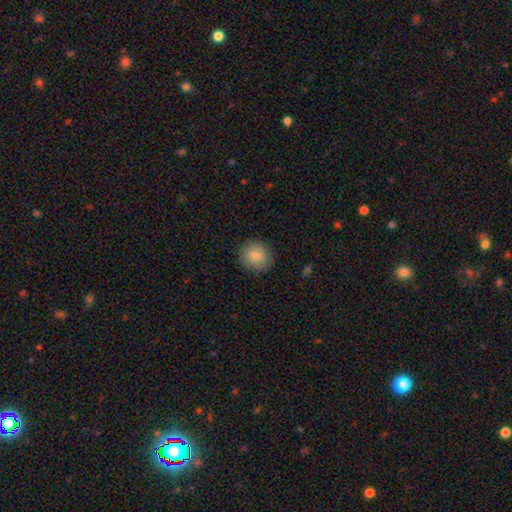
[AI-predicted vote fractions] Smooth or featured? smooth (86%)
How rounded? round (87%)
Merging? none (88%)